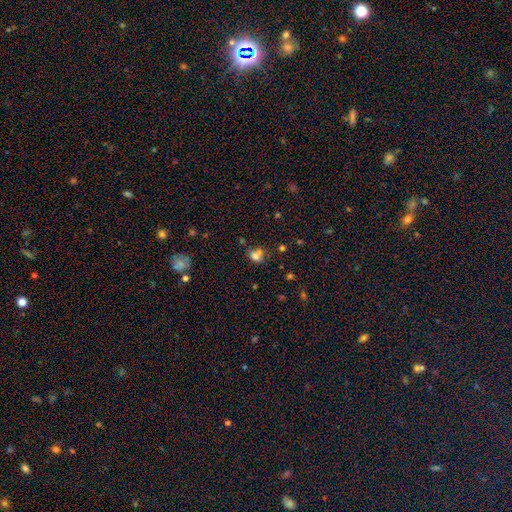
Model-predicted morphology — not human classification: A smooth galaxy with no disk features (70%) that is round (62%).

Vote fractions:
- Smooth or featured? smooth: 70% / star or artifact: 18% / featured or disk: 12%
- How rounded? round: 62% / in between: 37% / cigar-shaped: 1%
- Merging? none: 42% / merger: 37% / minor disturbance: 14% / major disturbance: 7%